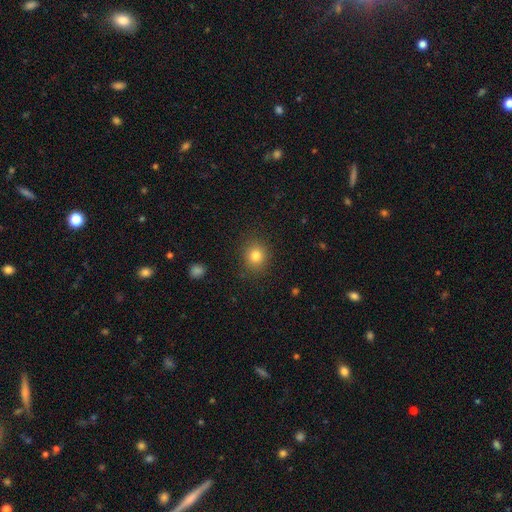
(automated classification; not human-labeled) smooth_or_featured: smooth (p=0.82) [alt: star or artifact p=0.12]
how_rounded: round (p=0.80) [alt: in between p=0.19]
merging: none (p=0.88) [alt: minor disturbance p=0.08]